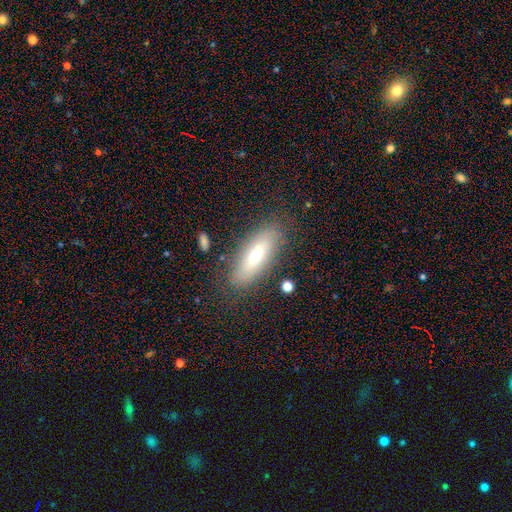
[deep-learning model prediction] Smooth or featured? Predicted: smooth (p=0.63). How rounded? Predicted: in between (p=0.56). Merging? Predicted: none (p=0.82).